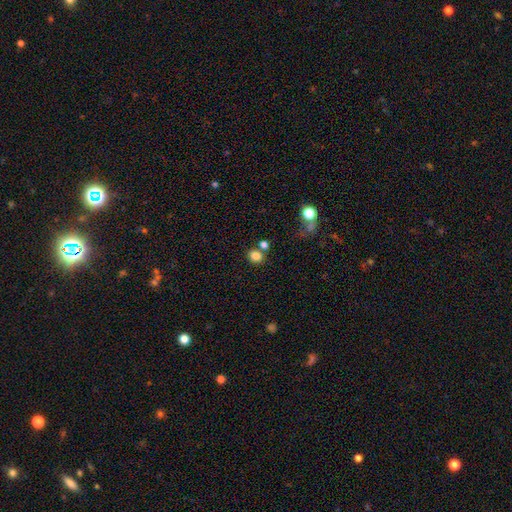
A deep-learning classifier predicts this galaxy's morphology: A smooth galaxy with no disk features (82%) that is round (61%). Merging: none (68%).